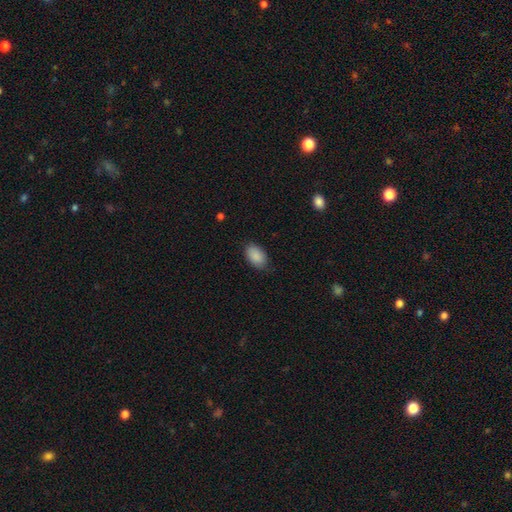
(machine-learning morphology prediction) This is clearly a smooth galaxy (89%). How rounded: clearly in between (93%). Merging: clearly none (81%).